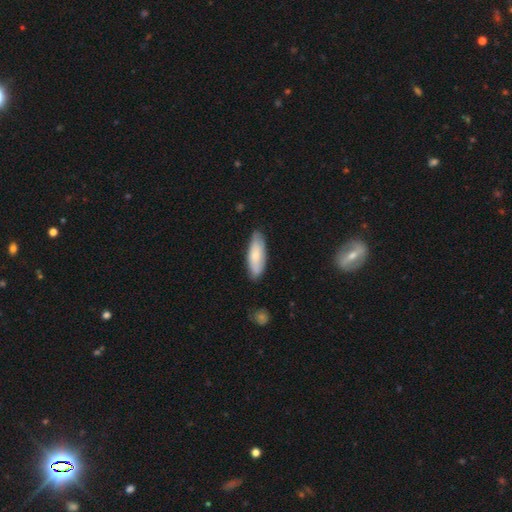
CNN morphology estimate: This is likely a smooth galaxy (73%). How rounded: likely in between (62%). Merging: likely none (79%).